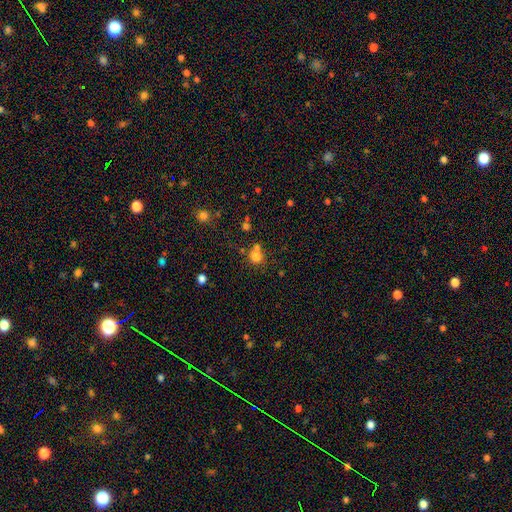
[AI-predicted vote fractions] Smooth or featured: smooth — 75% (star or artifact — 15%)
How rounded: round — 77% (in between — 22%)
Merging: none — 48% (merger — 35%)